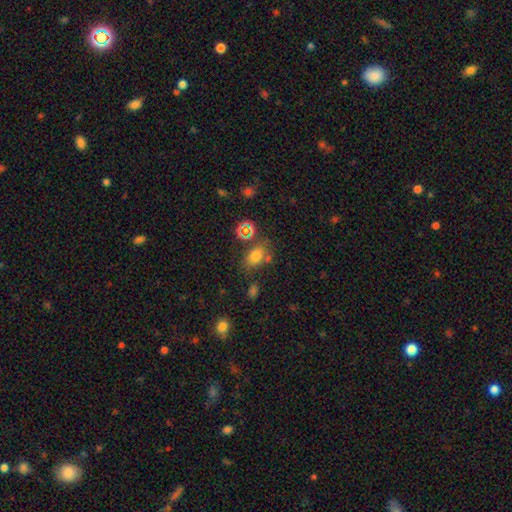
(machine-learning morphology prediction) A smooth galaxy with no disk features (71%) that is in between round and cigar-shaped (74%). Merging: none (67%).